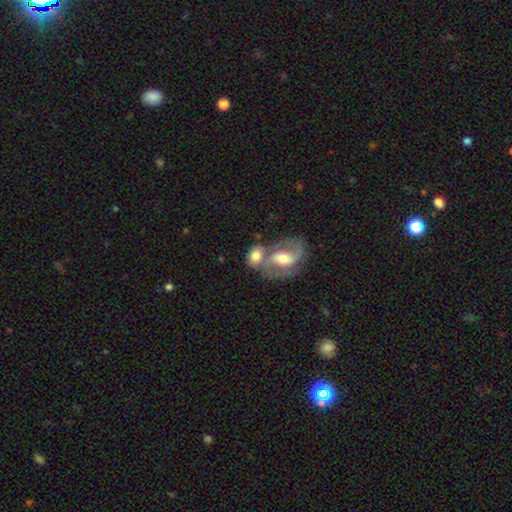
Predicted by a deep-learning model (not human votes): Smooth or featured: smooth — 48% (featured or disk — 45%)
Merging: merger — 51% (none — 33%)